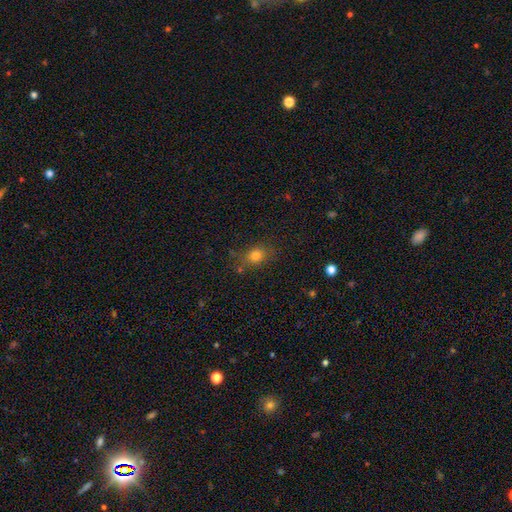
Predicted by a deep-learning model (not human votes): The model was most divided on "how rounded": in between: 50%, round: 48%, cigar-shaped: 2%. More confident: smooth or featured — smooth (76%); merging — none (74%).